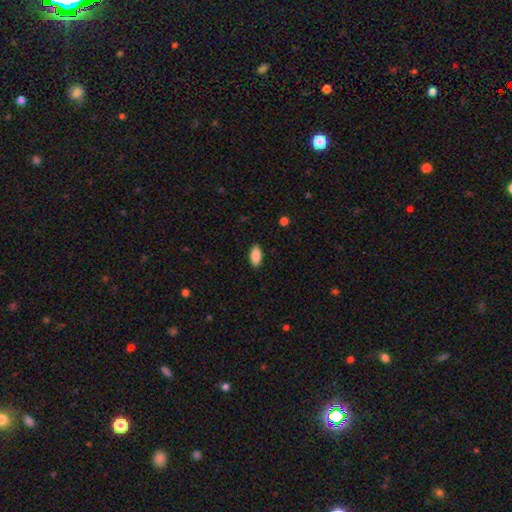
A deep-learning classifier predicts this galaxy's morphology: The model was most divided on "merging": none: 89%, minor disturbance: 8%, major disturbance: 2%, merger: 1%. More confident: how rounded — in between (91%); smooth or featured — smooth (88%).